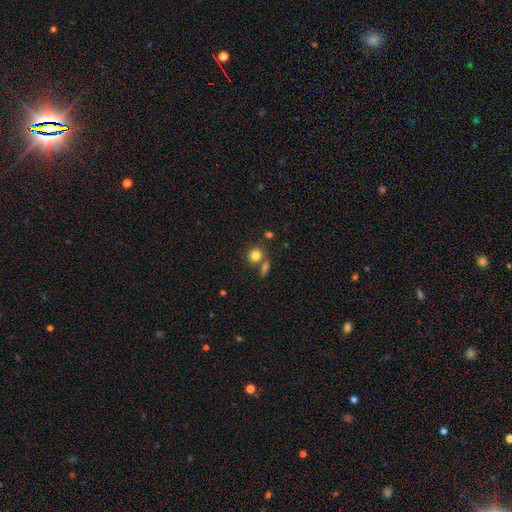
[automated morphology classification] This is clearly a smooth galaxy (81%). How rounded: clearly round (83%). Merging: likely none (64%).